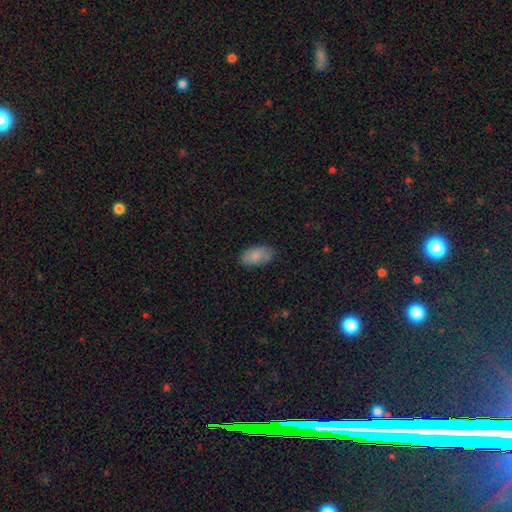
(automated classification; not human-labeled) Smooth or featured? smooth (83%)
How rounded? in between (94%)
Merging? none (82%)